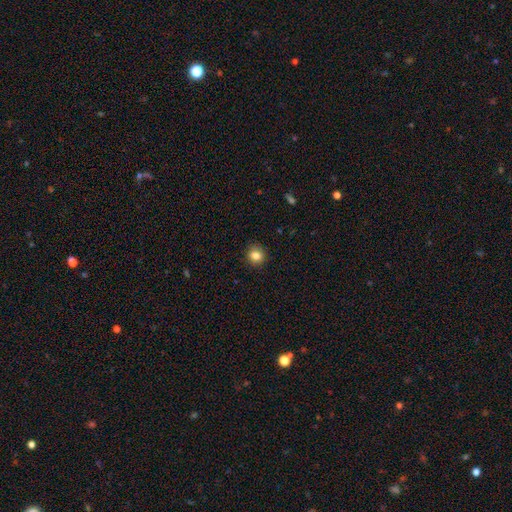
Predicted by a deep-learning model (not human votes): A smooth galaxy with no disk features (84%) that is round (86%). Merging: none (90%).